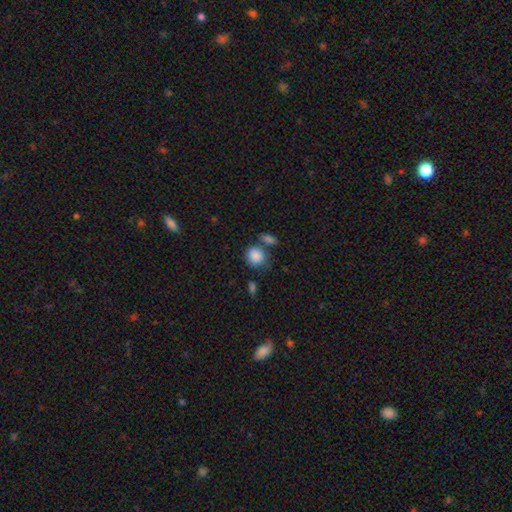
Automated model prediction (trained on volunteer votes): This appears to be a smooth galaxy with no disk features (87%) that is round (74%). Merging: none (57%).